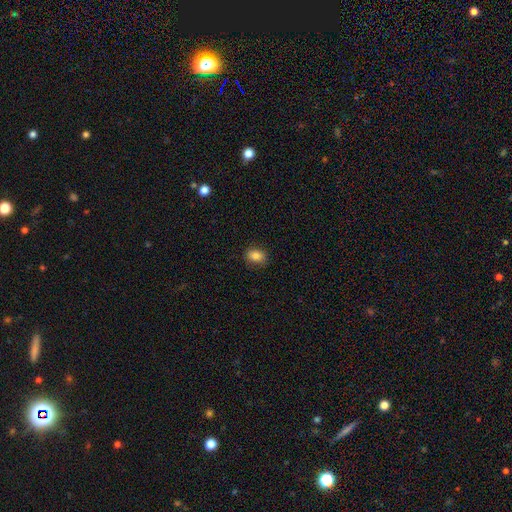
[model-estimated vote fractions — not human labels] This is clearly a smooth galaxy (84%). How rounded: likely in between (69%). Merging: clearly none (85%).